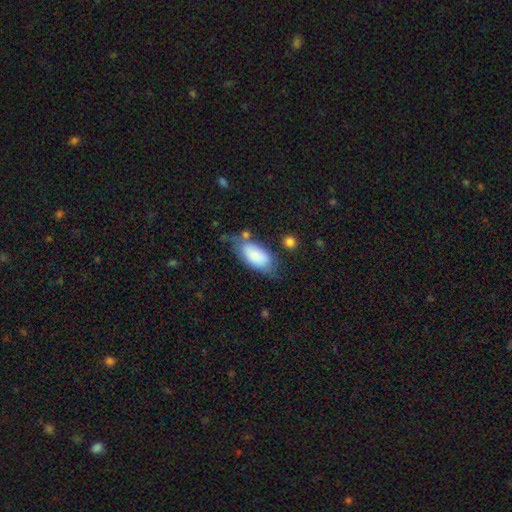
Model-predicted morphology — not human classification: The model was most divided on "merging": none: 51%, minor disturbance: 29%, major disturbance: 11%, merger: 8%. More confident: how rounded — in between (92%); smooth or featured — smooth (83%).